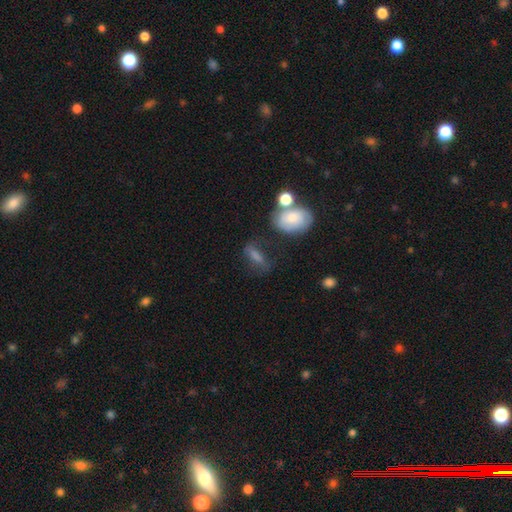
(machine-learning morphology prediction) Smooth or featured? Predicted: smooth (p=0.56). How rounded? Predicted: in between (p=0.66). Merging? Predicted: none (p=0.52).